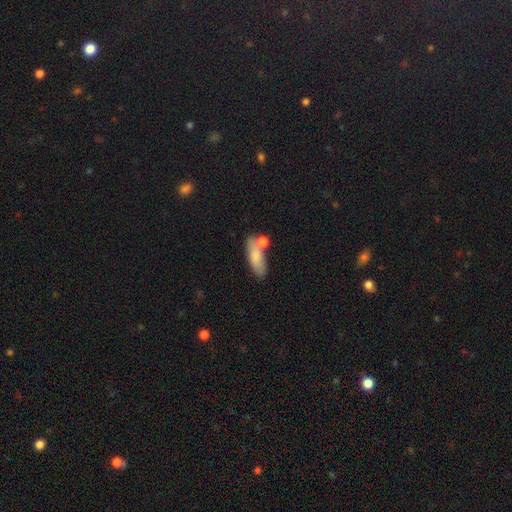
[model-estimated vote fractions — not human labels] This appears to be a smooth galaxy with no disk features (79%) that is in between round and cigar-shaped (66%). Merging: none (56%).